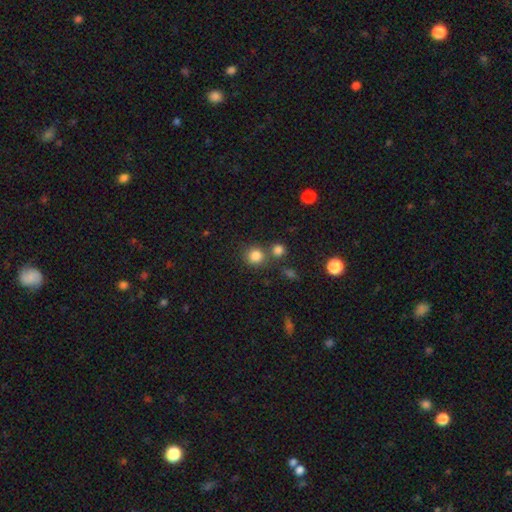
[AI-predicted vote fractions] smooth_or_featured: smooth (p=0.83) [alt: star or artifact p=0.12]
how_rounded: round (p=0.89) [alt: in between p=0.10]
merging: none (p=0.68) [alt: merger p=0.20]